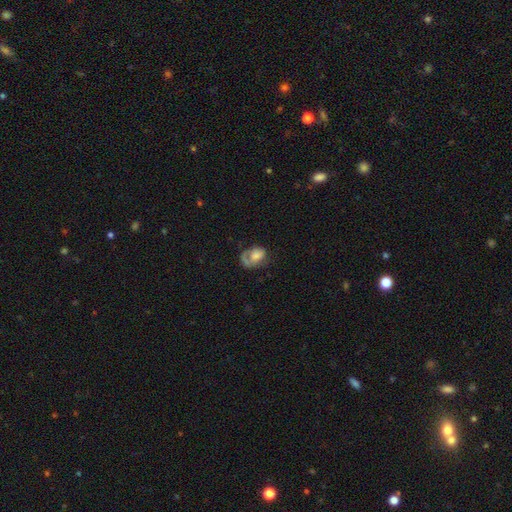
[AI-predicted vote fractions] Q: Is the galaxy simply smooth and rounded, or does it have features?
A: smooth — 48%.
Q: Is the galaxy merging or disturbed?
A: none — 38%.